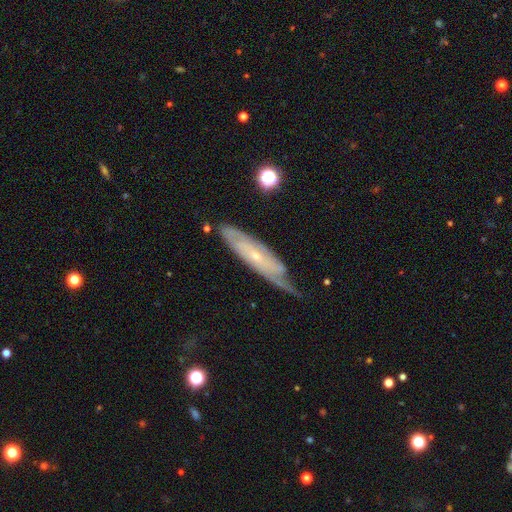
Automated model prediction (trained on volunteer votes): Smooth or featured? Predicted: featured or disk (p=0.74). Edge-on disk? Predicted: no (p=0.66). Merging? Predicted: none (p=0.61).